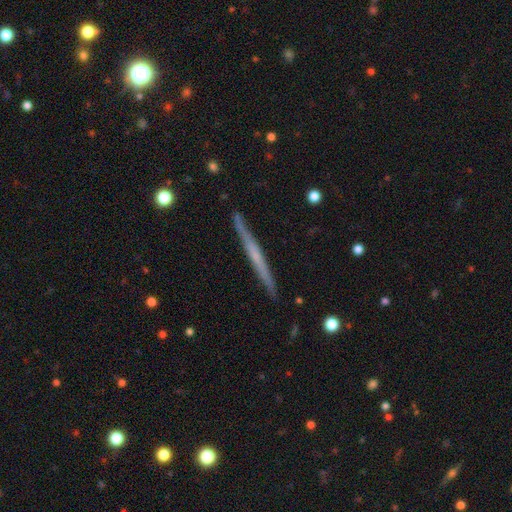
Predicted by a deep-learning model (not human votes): The model was most divided on "smooth or featured": featured or disk: 60%, smooth: 35%, star or artifact: 6%. More confident: edge-on disk — yes (97%); merging — none (89%); edge-on bulge — none (77%).